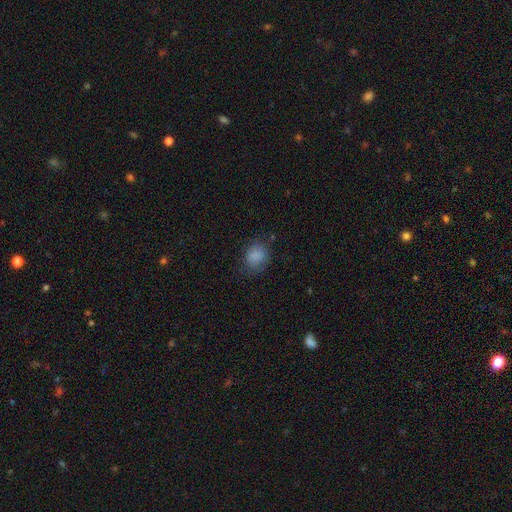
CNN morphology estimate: Smooth or featured? Predicted: smooth (p=0.85). How rounded? Predicted: round (p=0.63). Merging? Predicted: none (p=0.72).